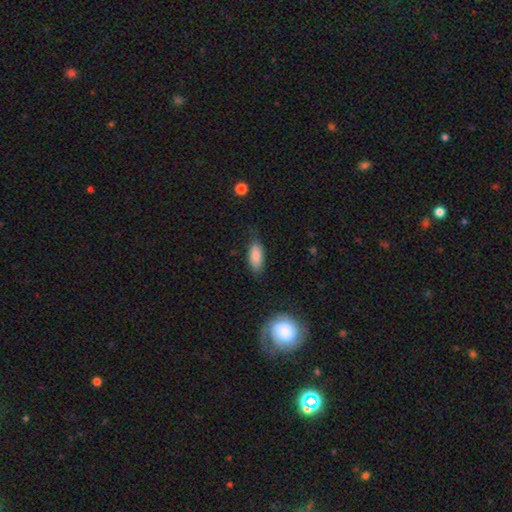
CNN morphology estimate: smooth 86%, star or artifact 7%, featured or disk 7%. Down the decision tree: how rounded — in between (84%); merging — none (72%).